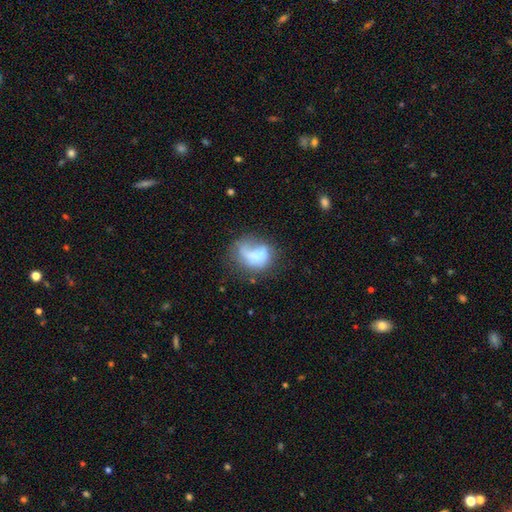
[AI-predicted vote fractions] Smooth or featured? smooth (57%)
How rounded? in between (61%)
Merging? major disturbance (36%)